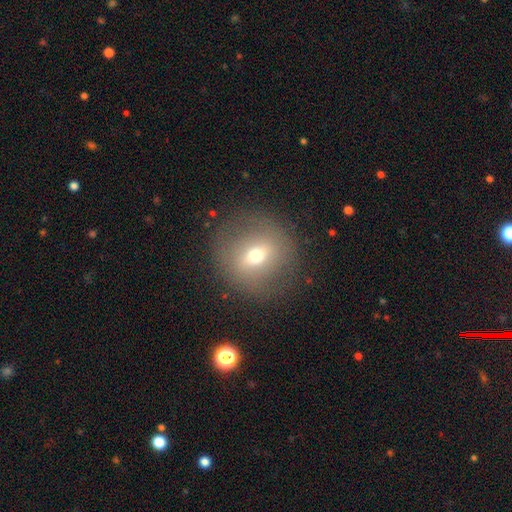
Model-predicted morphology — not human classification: The model was most divided on "smooth or featured": smooth: 55%, featured or disk: 33%, star or artifact: 12%. More confident: how rounded — round (88%); merging — none (84%).